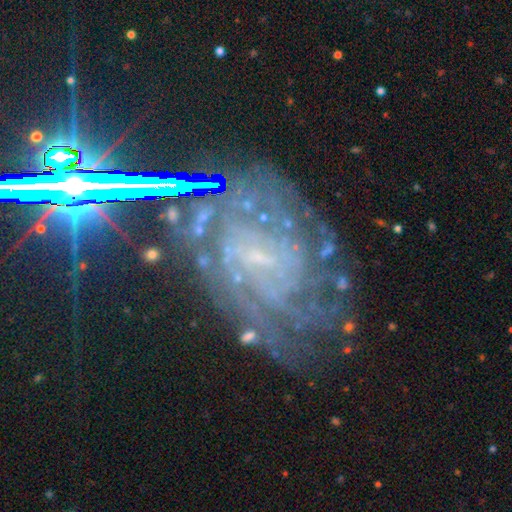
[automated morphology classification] Smooth or featured? featured or disk (74%)
Edge-on disk? no (93%)
Bar? no (54%)
Spiral arms? yes (90%)
Spiral winding? tight (69%)
Spiral arm count? can't tell (45%)
Bulge size? small (73%)
Merging? none (64%)